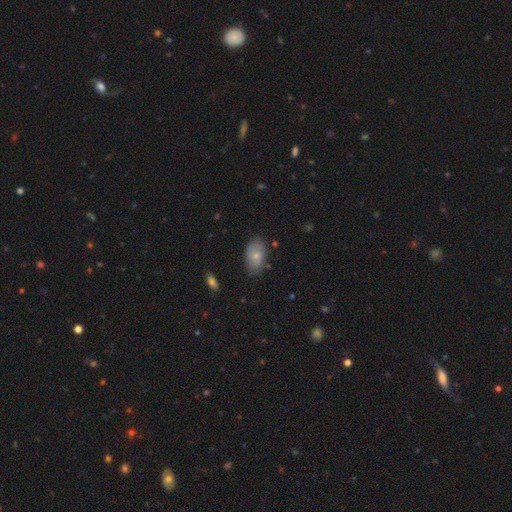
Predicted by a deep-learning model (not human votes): smooth_or_featured: smooth (p=0.73) [alt: featured or disk p=0.20]
how_rounded: in between (p=0.91) [alt: round p=0.07]
merging: none (p=0.73) [alt: minor disturbance p=0.21]